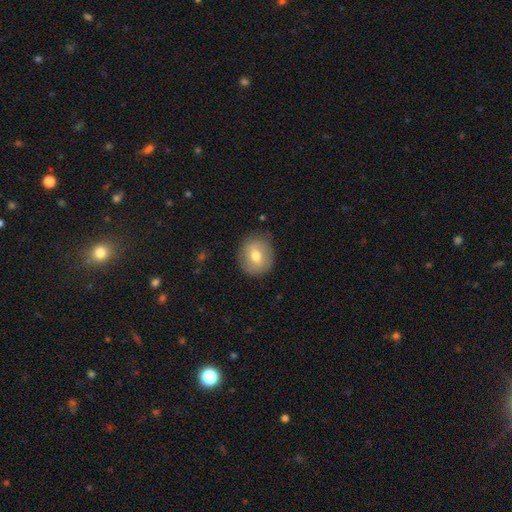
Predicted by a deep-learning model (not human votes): Smooth or featured? Predicted: smooth (p=0.66). How rounded? Predicted: round (p=0.80). Merging? Predicted: none (p=0.83).